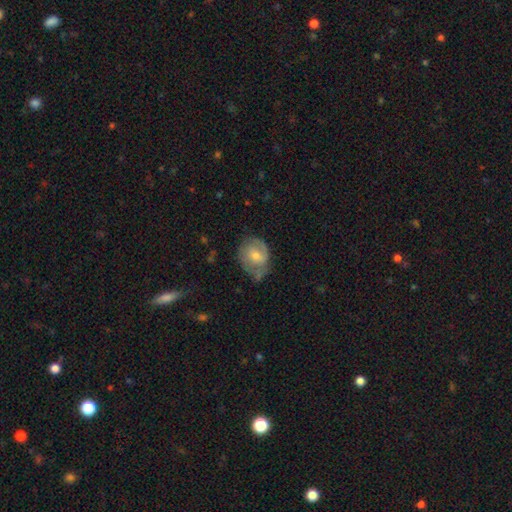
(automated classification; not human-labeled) smooth-or-featured: featured or disk: 62% | smooth: 31% | star or artifact: 7%
  disk-edge-on: no: 96% | yes: 4%
    bar: no: 55% | weak: 37% | strong: 8%
    has-spiral-arms: yes: 78% | no: 22%
    bulge-size: moderate: 53% | small: 42% | large: 3% | none: 2% | dominant: 1%
  merging: none: 55% | minor disturbance: 29% | major disturbance: 12% | merger: 3%